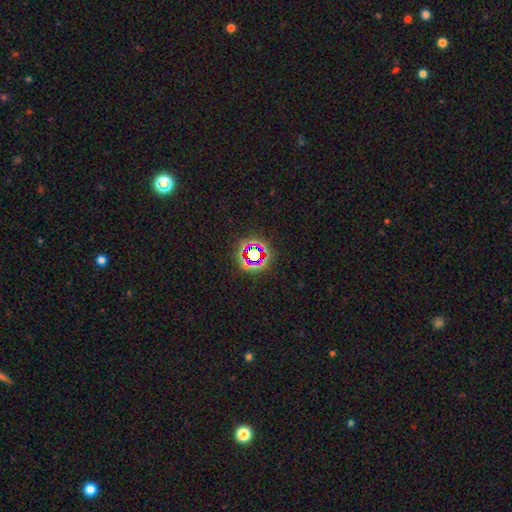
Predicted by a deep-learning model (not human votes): This is likely a star or artifact rather than a galaxy (67%).